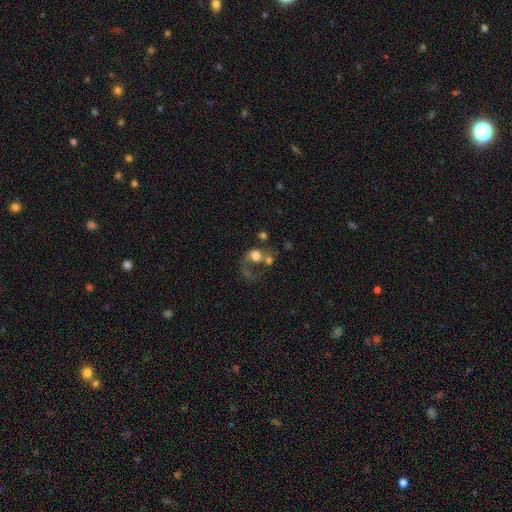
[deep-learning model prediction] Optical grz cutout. It shows a smooth galaxy with no disk features (55%) that is round (63%). Merging: merger (37%).